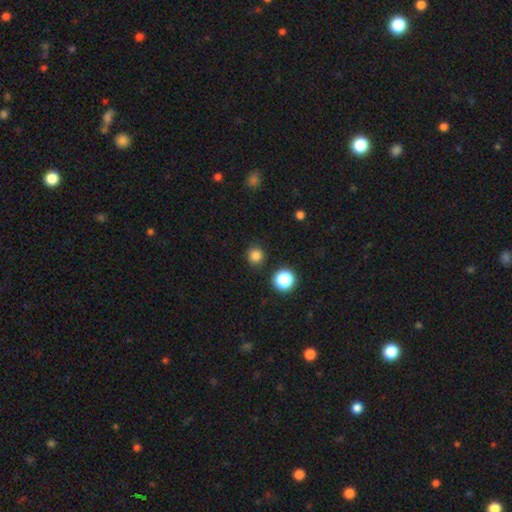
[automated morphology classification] type=smooth (81%); roundness=round (92%); merging=none (89%).